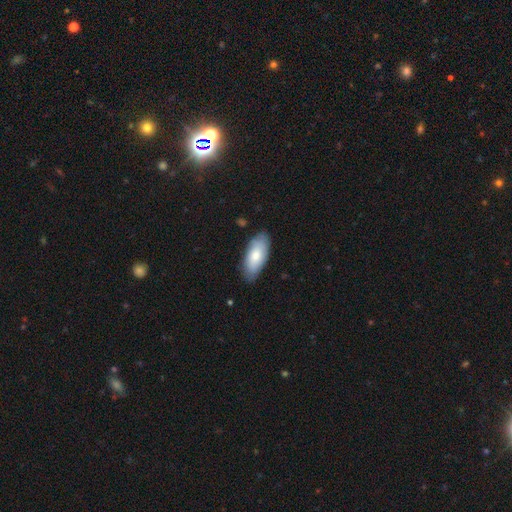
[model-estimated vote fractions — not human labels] Q: Smooth or featured?
A: smooth (74%); runner-up: featured or disk (21%)
Q: How rounded?
A: in between (90%); runner-up: cigar-shaped (8%)
Q: Merging?
A: none (80%); runner-up: minor disturbance (16%)